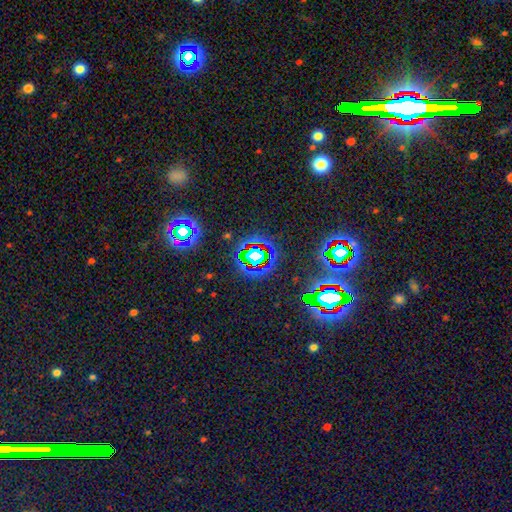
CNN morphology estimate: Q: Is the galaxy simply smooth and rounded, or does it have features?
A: star or artifact — 69%.